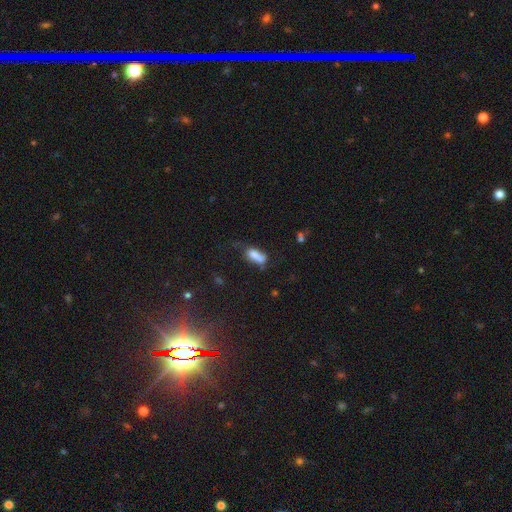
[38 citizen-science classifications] smooth 76%, featured or disk 24%, star or artifact 0%. Down the decision tree: how rounded — in between (62%); merging — merger (37%).